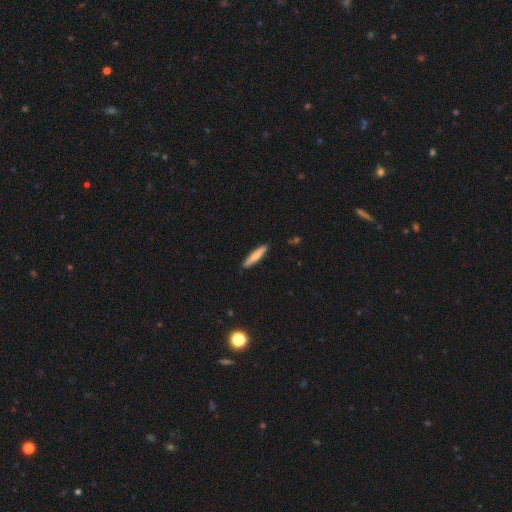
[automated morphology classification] Smooth or featured: smooth — 72% (featured or disk — 23%)
How rounded: cigar-shaped — 88% (in between — 11%)
Merging: none — 90% (minor disturbance — 7%)